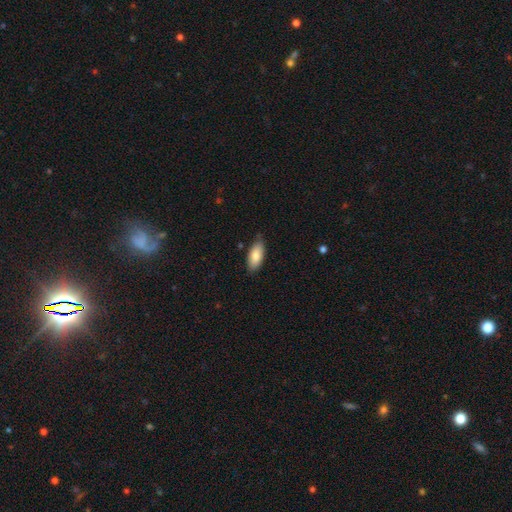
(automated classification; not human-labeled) Overall: smooth (83%). How rounded: in between (88%). Merging: none (79%).